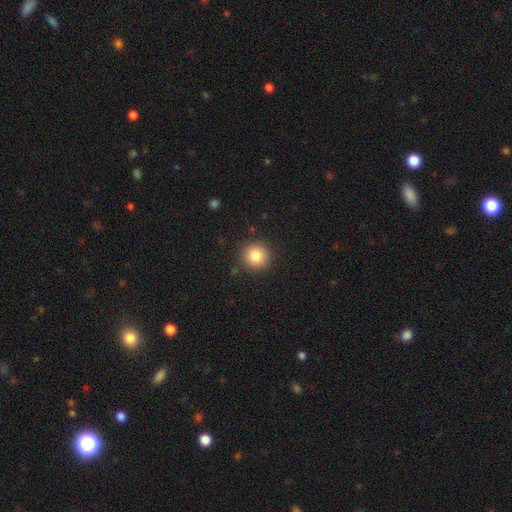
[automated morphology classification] A smooth galaxy with no disk features (84%) that is round (93%). Merging: none (88%).